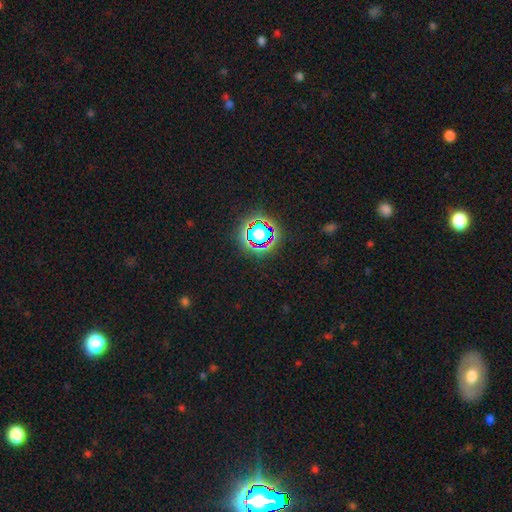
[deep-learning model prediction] Smooth or featured: star or artifact — 78% (smooth — 14%)